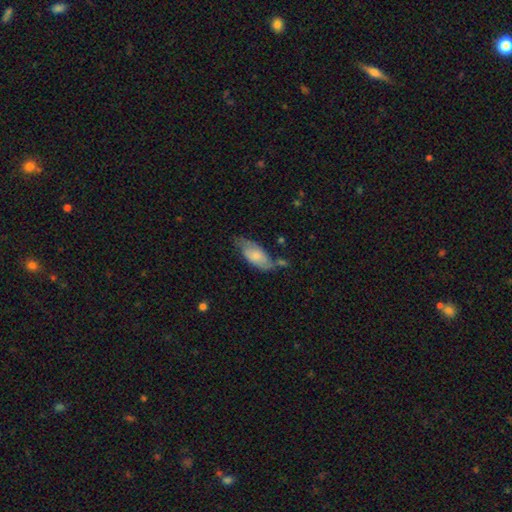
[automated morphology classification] Overall: smooth (66%; featured or disk 28%). How rounded: in between (87%). Merging: none (46%; minor disturbance 33%).